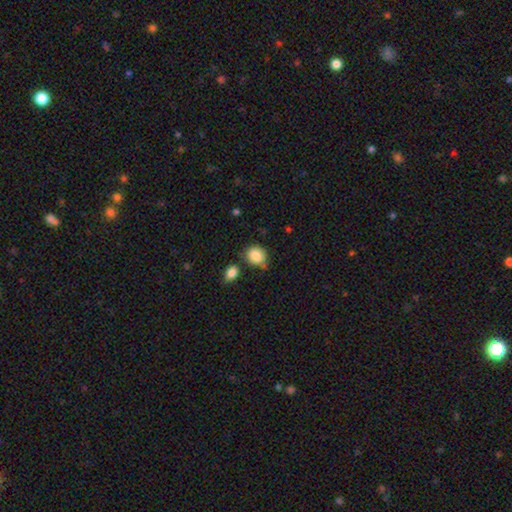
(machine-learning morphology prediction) The model was most divided on "how rounded": round: 64%, in between: 35%, cigar-shaped: 1%. More confident: smooth or featured — smooth (87%); merging — none (67%).